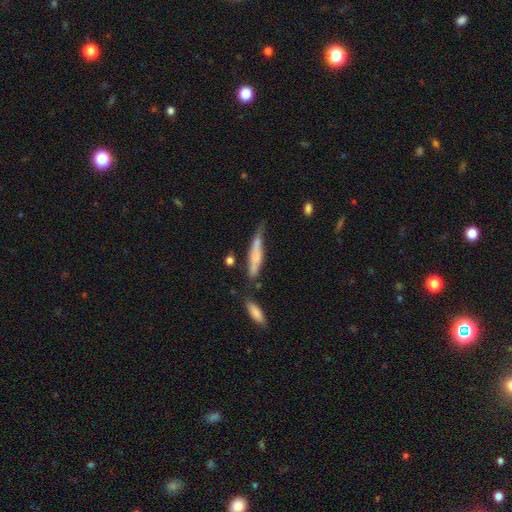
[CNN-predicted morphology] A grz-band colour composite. It shows a smooth galaxy with no disk features (58%) that is cigar-shaped (84%). Merging: none (43%).